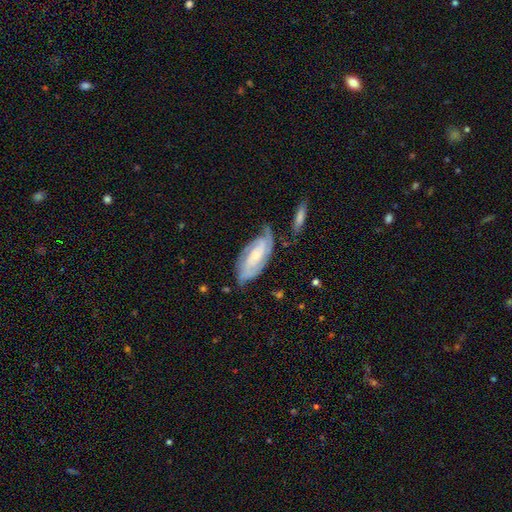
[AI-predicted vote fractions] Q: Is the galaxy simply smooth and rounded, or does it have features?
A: featured or disk — 79%.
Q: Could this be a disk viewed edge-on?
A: no — 93%.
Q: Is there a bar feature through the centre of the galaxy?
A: no — 53%.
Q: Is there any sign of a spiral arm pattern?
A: yes — 95%.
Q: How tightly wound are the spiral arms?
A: tight — 60%.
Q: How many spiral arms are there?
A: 2 — 45%.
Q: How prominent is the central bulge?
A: small — 56%.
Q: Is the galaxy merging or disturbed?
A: none — 65%.